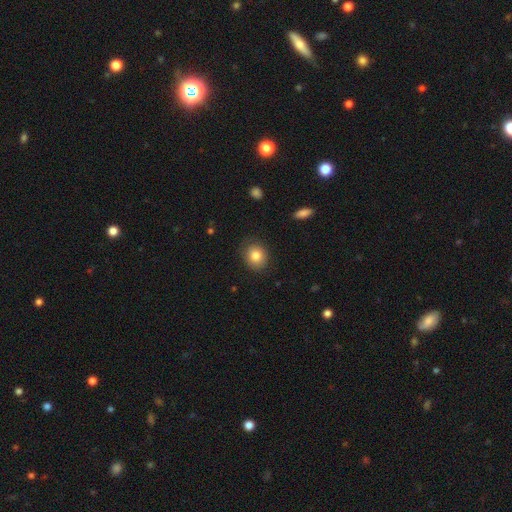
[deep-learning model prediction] Overall: smooth (83%). How rounded: round (65%; in between 34%). Merging: none (85%).